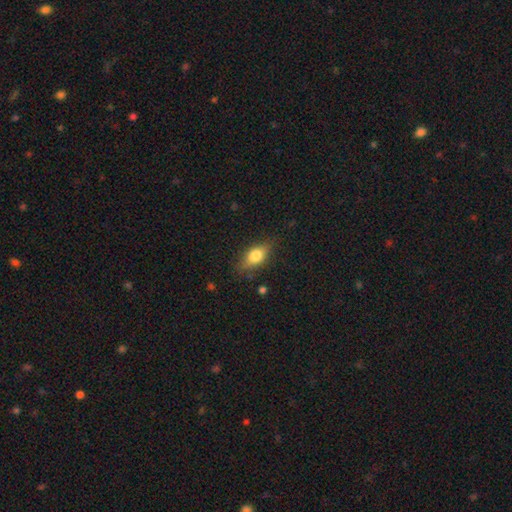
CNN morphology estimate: Q: Smooth or featured?
A: smooth (74%); runner-up: featured or disk (18%)
Q: How rounded?
A: in between (81%); runner-up: cigar-shaped (10%)
Q: Merging?
A: none (76%); runner-up: minor disturbance (18%)